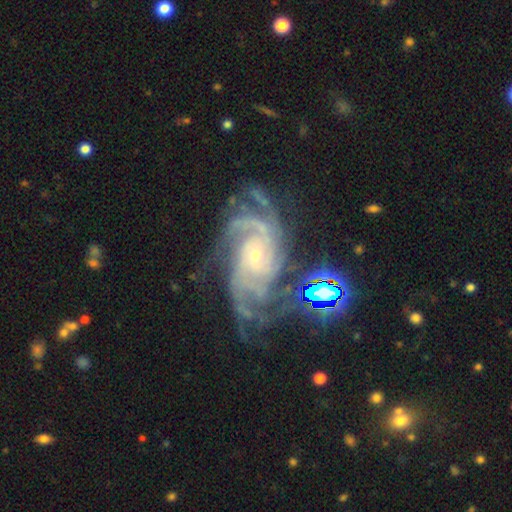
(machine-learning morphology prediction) smooth_or_featured: featured or disk (p=0.90) [alt: star or artifact p=0.06]
disk_edge_on: no (p=0.97) [alt: yes p=0.03]
bar: no (p=0.66) [alt: weak p=0.25]
has_spiral_arms: yes (p=0.98) [alt: no p=0.02]
spiral_winding: tight (p=0.61) [alt: medium p=0.33]
spiral_arm_count: 4 (p=0.30) [alt: 3 p=0.23]
bulge_size: small (p=0.76) [alt: moderate p=0.19]
merging: none (p=0.63) [alt: minor disturbance p=0.20]